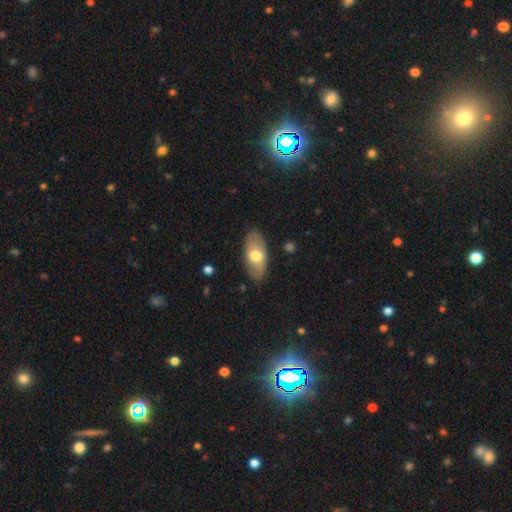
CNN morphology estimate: This appears to be a smooth galaxy with no disk features (63%) that is in between round and cigar-shaped (92%). Merging: none (84%).